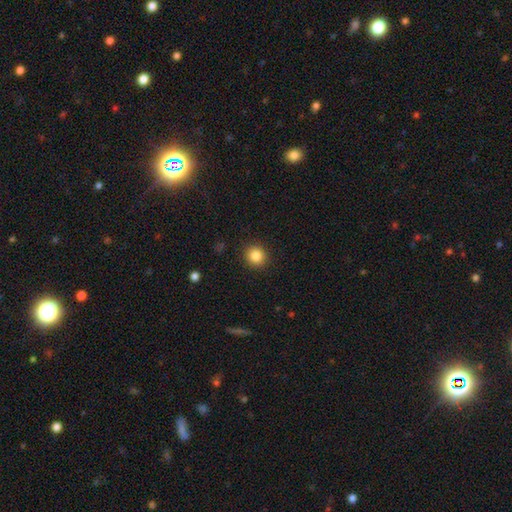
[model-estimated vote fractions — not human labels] A smooth galaxy with no disk features (85%) that is round (91%).

Vote fractions:
- Smooth or featured? smooth: 85% / star or artifact: 10% / featured or disk: 5%
- How rounded? round: 91% / in between: 9% / cigar-shaped: 1%
- Merging? none: 91% / minor disturbance: 6% / major disturbance: 2% / merger: 1%